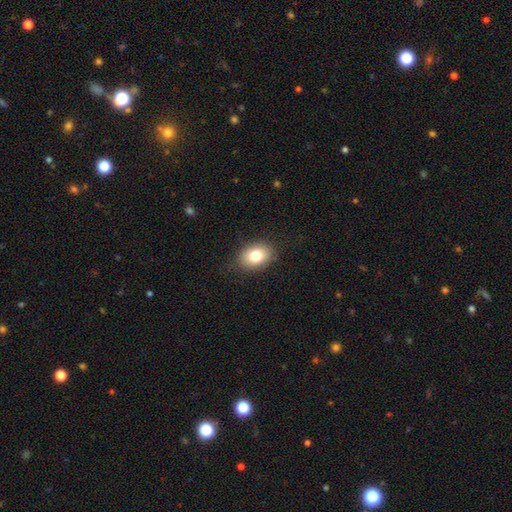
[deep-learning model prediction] Smooth or featured? smooth (80%)
How rounded? in between (77%)
Merging? none (84%)